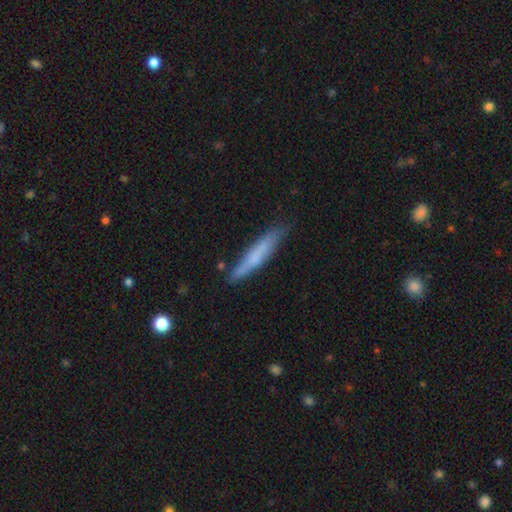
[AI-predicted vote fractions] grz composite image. It shows a smooth galaxy with no disk features (62%) that is cigar-shaped (93%). Merging: none (80%).